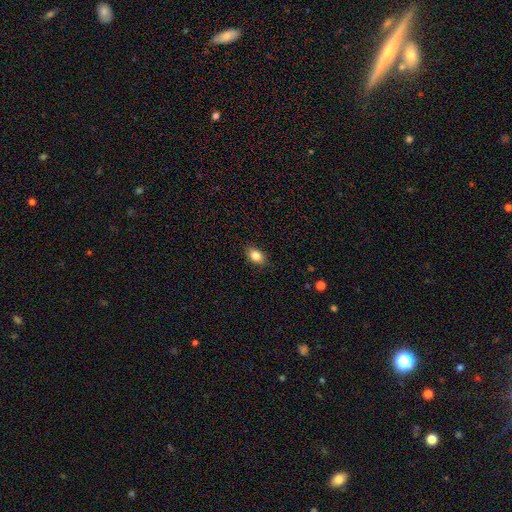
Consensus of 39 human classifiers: Morphology: type=smooth (79%); roundness=in between (90%); merging=none (74%).